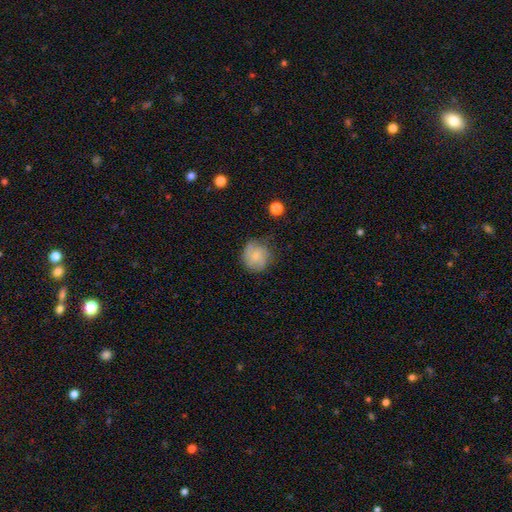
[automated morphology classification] Smooth or featured?
  - smooth: 63% *
  - featured or disk: 29%
  - star or artifact: 8%
How rounded?
  - round: 85% *
  - in between: 14%
  - cigar-shaped: 1%
Merging?
  - none: 65% *
  - minor disturbance: 26%
  - major disturbance: 8%
  - merger: 2%